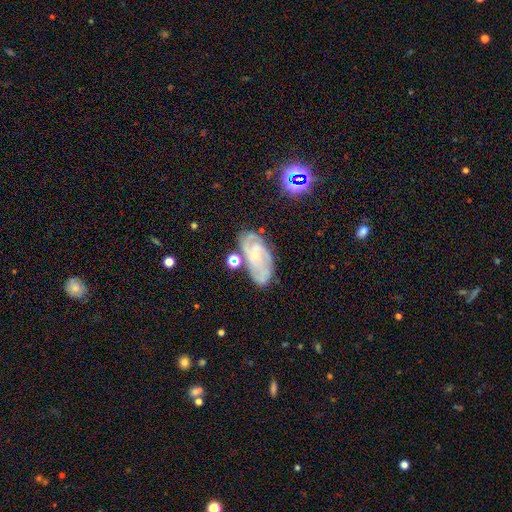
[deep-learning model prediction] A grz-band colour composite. It shows a featured or disk galaxy (74%) with no bar (65%), tight (61%) spiral arms (91%) and a small central bulge (72%). Merging: none (68%).